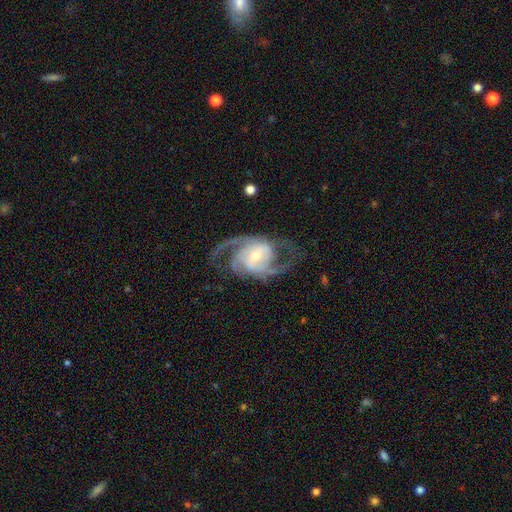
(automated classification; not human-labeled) featured or disk 90%, smooth 5%, star or artifact 5%. Down the decision tree: edge-on disk — no (97%); bar — weak (43%); spiral arms — yes (97%); spiral arm count — 2 (66%); spiral winding — medium (56%); bulge size — small (57%); merging — none (67%).